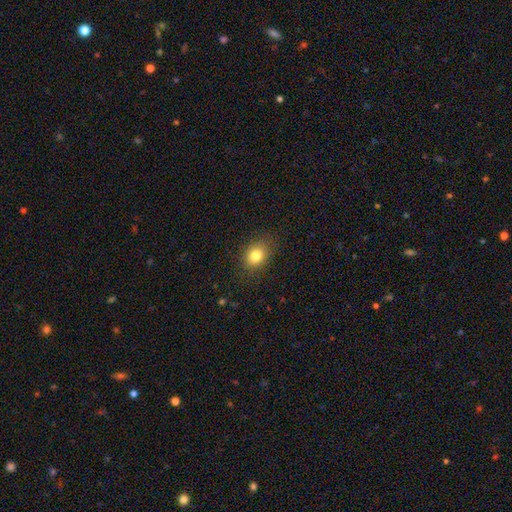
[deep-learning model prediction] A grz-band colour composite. It shows a smooth galaxy with no disk features (82%) that is in between round and cigar-shaped (56%). Merging: none (85%).